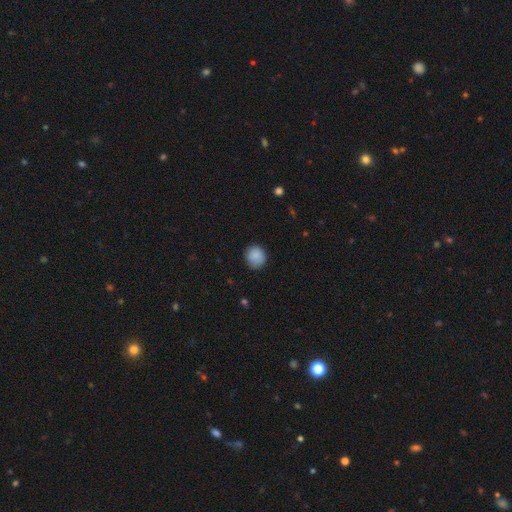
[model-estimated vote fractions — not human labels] Smooth or featured? smooth (87%)
How rounded? round (86%)
Merging? none (79%)